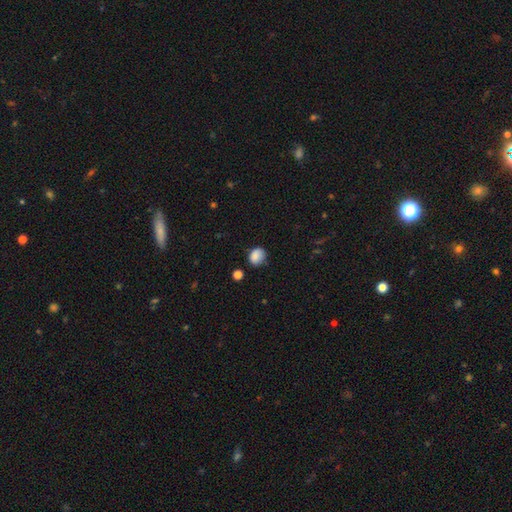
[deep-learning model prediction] smooth 86%, star or artifact 10%, featured or disk 5%. Down the decision tree: how rounded — round (55%); merging — none (68%).